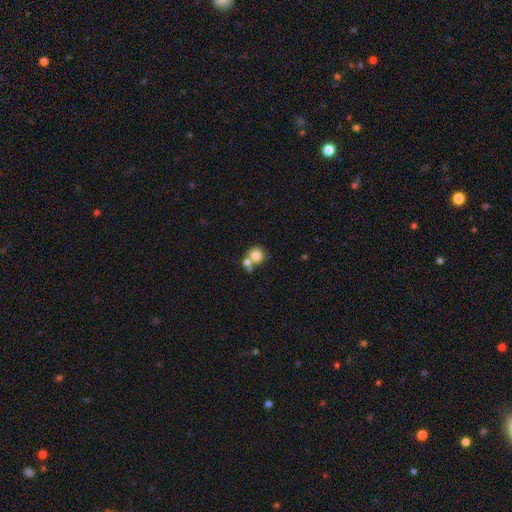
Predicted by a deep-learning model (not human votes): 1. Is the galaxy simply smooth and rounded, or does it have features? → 80% smooth, 10% star or artifact, 10% featured or disk.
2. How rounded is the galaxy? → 88% round, 11% in between, 1% cigar-shaped.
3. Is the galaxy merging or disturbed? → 48% none, 39% merger, 9% minor disturbance, 4% major disturbance.